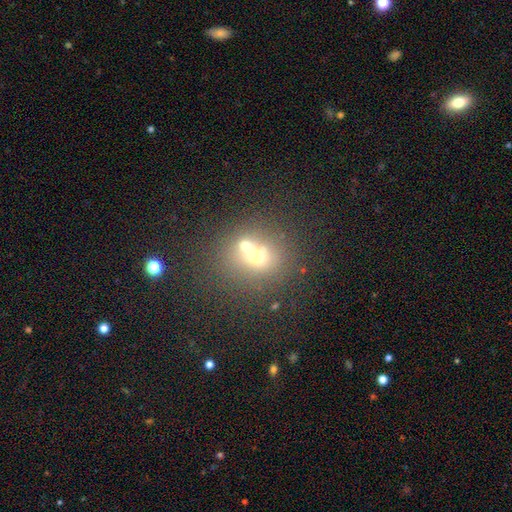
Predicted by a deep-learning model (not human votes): Q: Smooth or featured?
A: smooth (58%); runner-up: featured or disk (24%)
Q: How rounded?
A: round (77%); runner-up: in between (22%)
Q: Merging?
A: merger (48%); runner-up: none (40%)